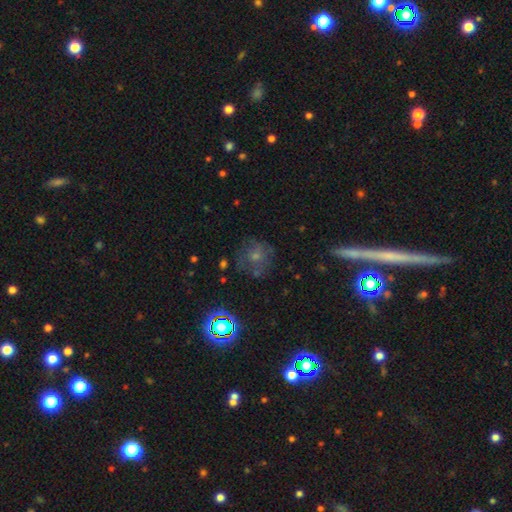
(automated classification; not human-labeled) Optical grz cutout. It shows a smooth galaxy with no disk features (37%). Merging: none (72%).